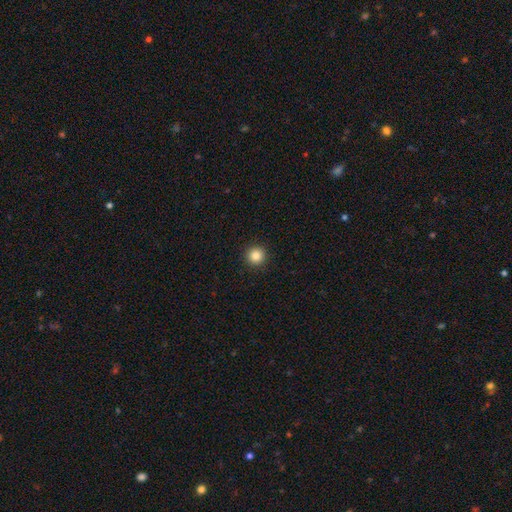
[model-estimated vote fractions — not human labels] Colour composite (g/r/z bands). It shows a smooth galaxy with no disk features (86%) that is round (96%). Merging: none (93%).